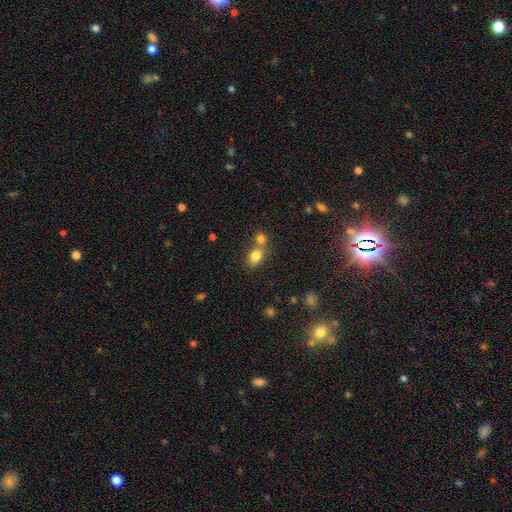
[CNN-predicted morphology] Overall: smooth (80%). How rounded: in between (63%; round 35%). Merging: merger (45%; none 42%).